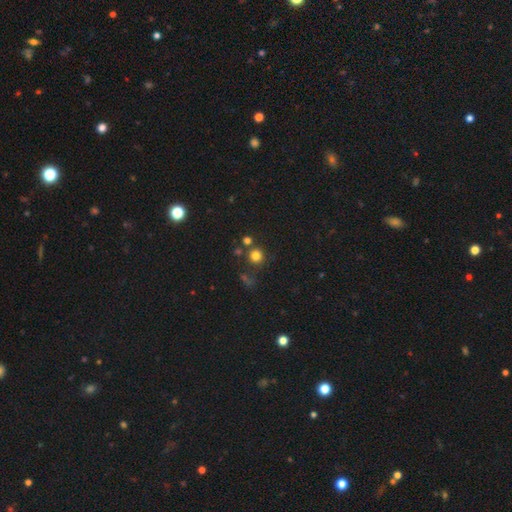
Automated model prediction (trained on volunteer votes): Smooth or featured? Predicted: smooth (p=0.76). How rounded? Predicted: round (p=0.93). Merging? Predicted: none (p=0.74).